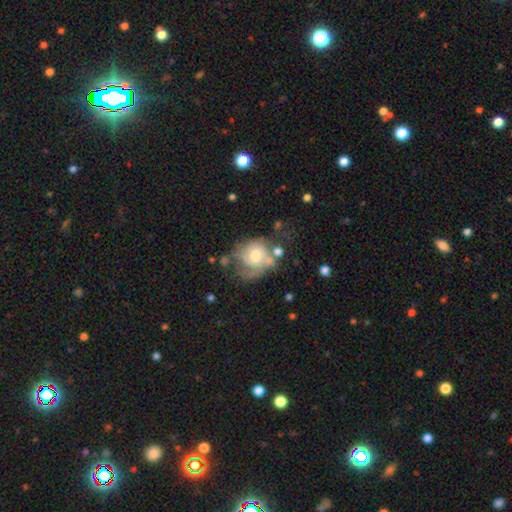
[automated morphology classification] Q: Smooth or featured?
A: featured or disk (66%); runner-up: smooth (27%)
Q: Edge-on disk?
A: no (98%); runner-up: yes (2%)
Q: Bar?
A: no (55%); runner-up: weak (39%)
Q: Spiral arms?
A: yes (79%); runner-up: no (21%)
Q: Spiral winding?
A: medium (42%); runner-up: tight (38%)
Q: Spiral arm count?
A: 2 (38%); runner-up: can't tell (31%)
Q: Bulge size?
A: moderate (59%); runner-up: small (26%)
Q: Merging?
A: none (35%); runner-up: major disturbance (29%)